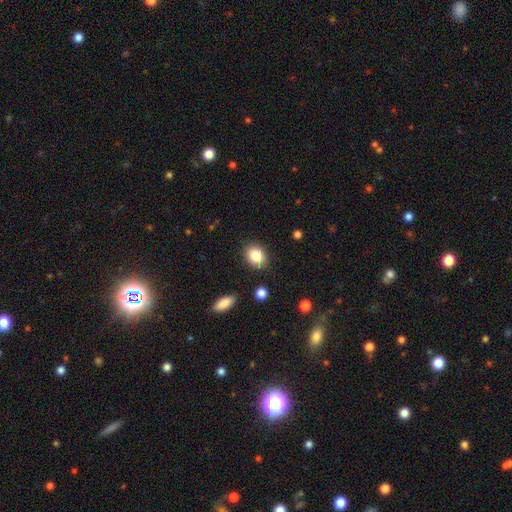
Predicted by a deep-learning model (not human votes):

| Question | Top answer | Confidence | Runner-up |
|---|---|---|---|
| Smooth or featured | smooth | 85% | star or artifact (8%) |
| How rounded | in between | 58% | round (41%) |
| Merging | none | 86% | minor disturbance (10%) |